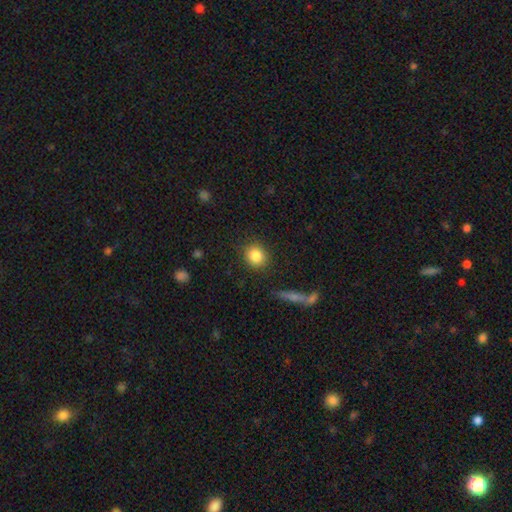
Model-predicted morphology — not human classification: type=smooth (85%); roundness=round (87%); merging=none (88%).